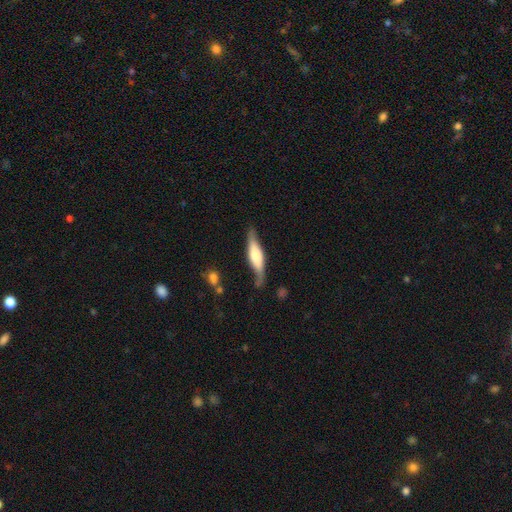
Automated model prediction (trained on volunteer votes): Smooth or featured? featured or disk (53%)
Edge-on disk? yes (79%)
Merging? none (66%)